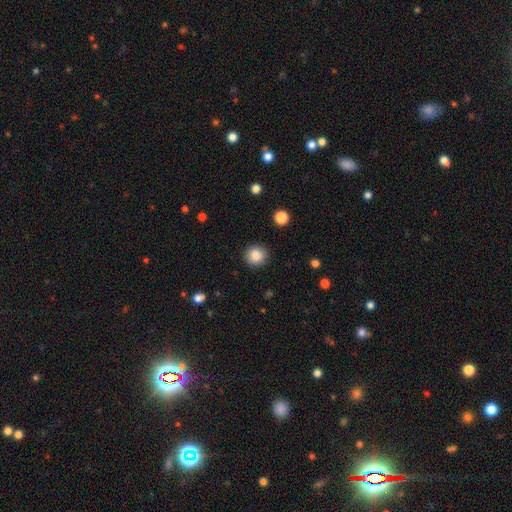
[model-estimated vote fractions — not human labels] Smooth or featured?
  - smooth: 85% *
  - star or artifact: 10%
  - featured or disk: 6%
How rounded?
  - round: 89% *
  - in between: 10%
  - cigar-shaped: 1%
Merging?
  - none: 91% *
  - minor disturbance: 6%
  - major disturbance: 2%
  - merger: 1%